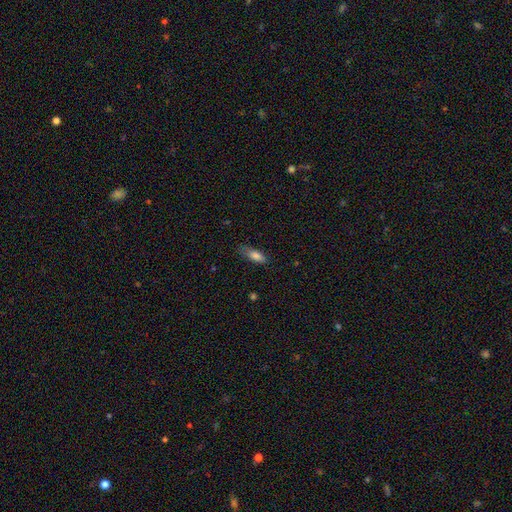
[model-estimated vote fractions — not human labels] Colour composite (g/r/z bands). It shows a smooth galaxy with no disk features (81%) that is in between round and cigar-shaped (64%). Merging: none (69%).